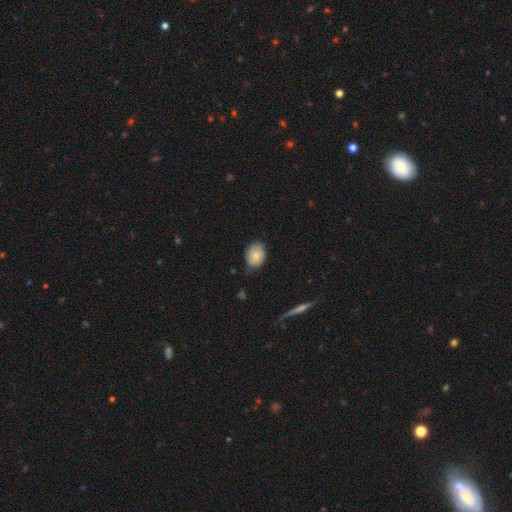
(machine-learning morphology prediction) This is likely a smooth galaxy (73%). How rounded: possibly in between (56%). Merging: likely none (62%).